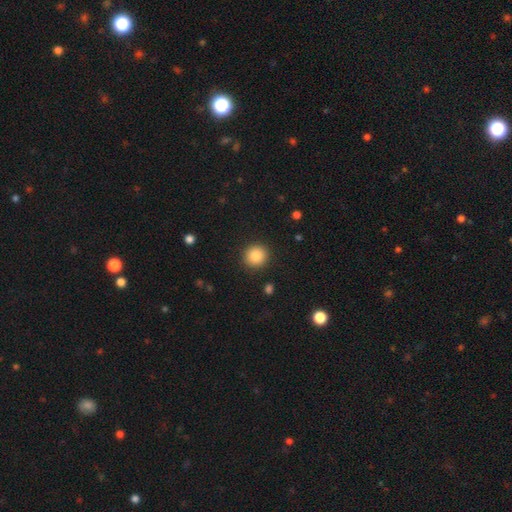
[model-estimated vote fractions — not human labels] Q: Smooth or featured?
A: smooth (87%); runner-up: star or artifact (9%)
Q: How rounded?
A: round (92%); runner-up: in between (7%)
Q: Merging?
A: none (91%); runner-up: minor disturbance (6%)